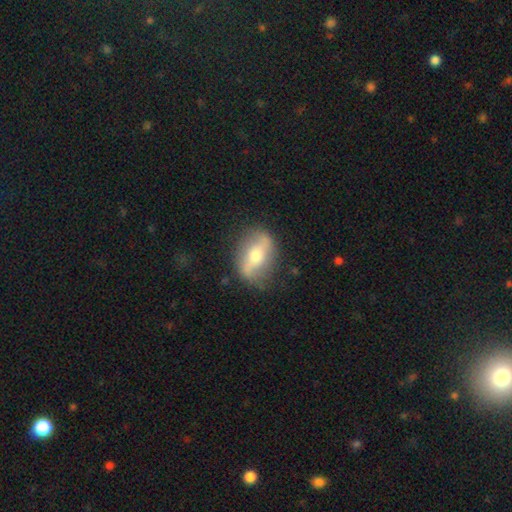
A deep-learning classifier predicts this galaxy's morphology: This appears to be a featured or disk galaxy (64%). Merging: none (80%).